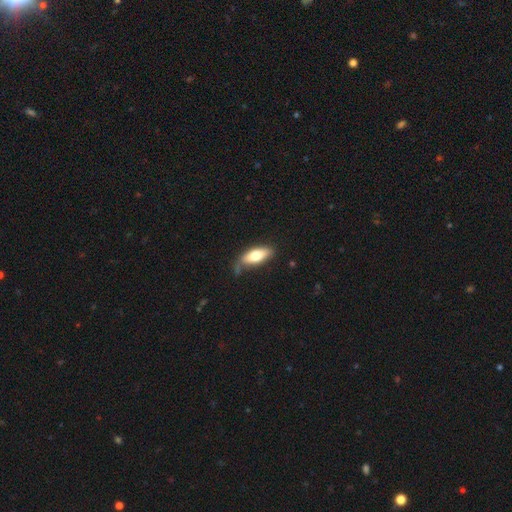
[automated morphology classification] Q: Smooth or featured?
A: smooth (69%); runner-up: featured or disk (25%)
Q: How rounded?
A: in between (76%); runner-up: cigar-shaped (21%)
Q: Merging?
A: none (56%); runner-up: minor disturbance (29%)